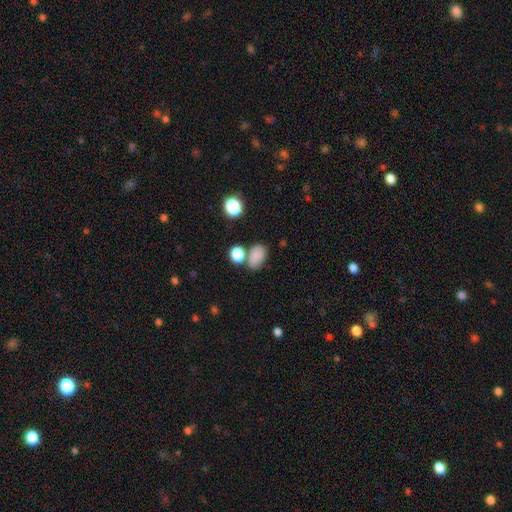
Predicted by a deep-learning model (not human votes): The model was most divided on "merging": none: 58%, merger: 19%, minor disturbance: 16%, major disturbance: 6%. More confident: smooth or featured — smooth (82%); how rounded — in between (82%).